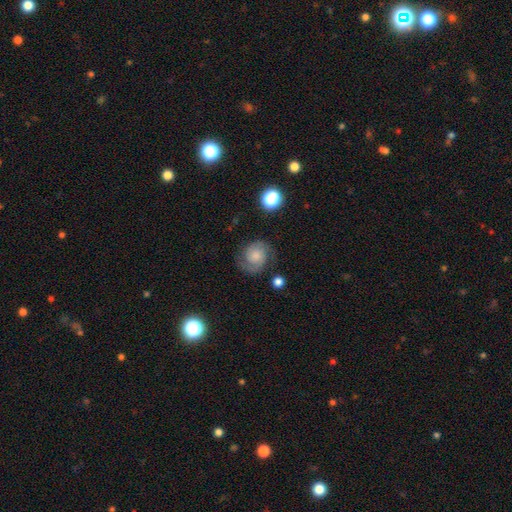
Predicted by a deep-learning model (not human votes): Smooth or featured: featured or disk — 65% (smooth — 26%)
Edge-on disk: no — 98% (yes — 2%)
Bar: no — 75% (weak — 22%)
Spiral arms: yes — 93% (no — 7%)
Spiral winding: medium — 43% (tight — 42%)
Spiral arm count: 2 — 85% (can't tell — 7%)
Bulge size: small — 35% (moderate — 29%)
Merging: none — 72% (minor disturbance — 17%)